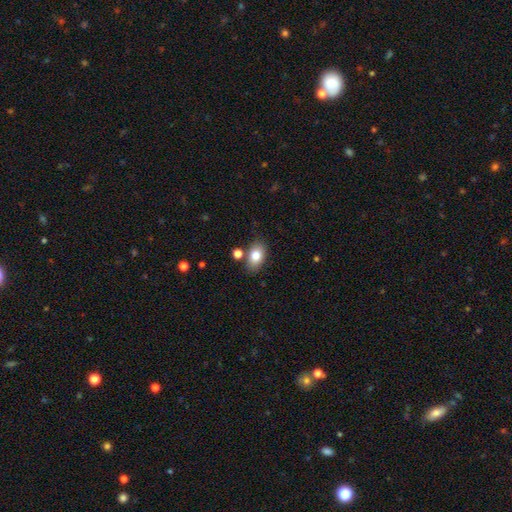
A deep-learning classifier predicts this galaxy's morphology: smooth-or-featured: smooth: 81% | featured or disk: 11% | star or artifact: 8%
  how-rounded: in between: 85% | round: 14% | cigar-shaped: 2%
  merging: none: 77% | minor disturbance: 12% | merger: 8% | major disturbance: 3%